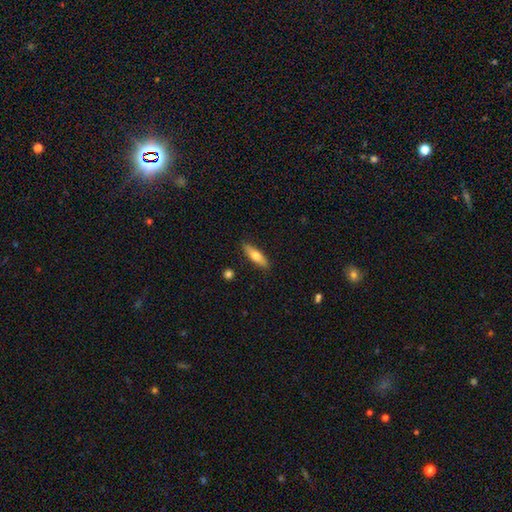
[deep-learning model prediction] A smooth galaxy with no disk features (66%) that is cigar-shaped (53%).

Vote fractions:
- Smooth or featured? smooth: 66% / featured or disk: 28% / star or artifact: 6%
- How rounded? cigar-shaped: 53% / in between: 45% / round: 2%
- Merging? none: 86% / minor disturbance: 11% / major disturbance: 2% / merger: 2%